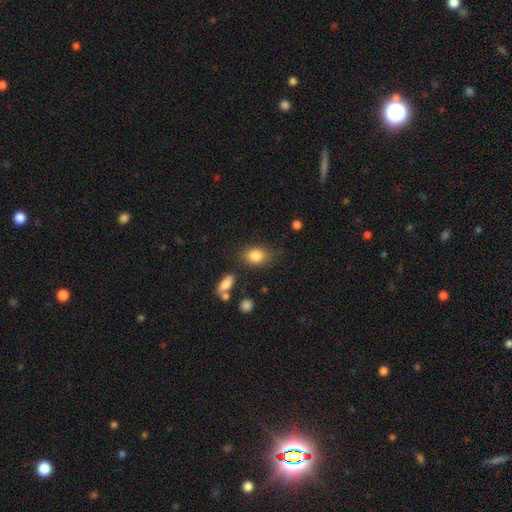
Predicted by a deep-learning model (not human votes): This appears to be a smooth galaxy with no disk features (85%) that is in between round and cigar-shaped (73%). Merging: none (75%).